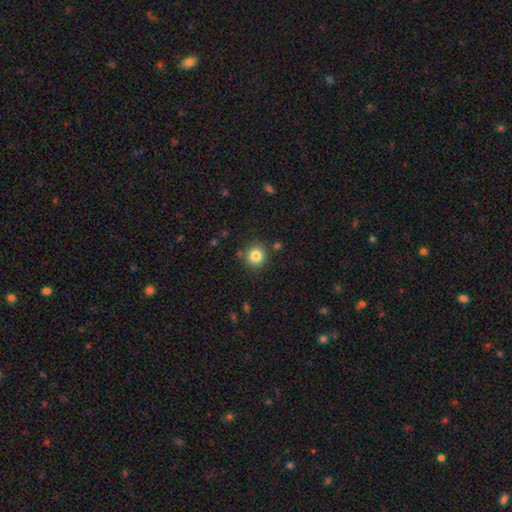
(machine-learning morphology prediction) Smooth or featured: smooth — 83% (star or artifact — 11%)
How rounded: round — 92% (in between — 7%)
Merging: none — 86% (minor disturbance — 8%)